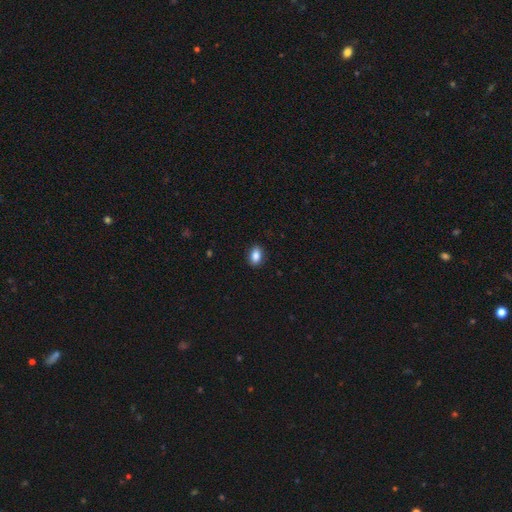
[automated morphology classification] A smooth galaxy with no disk features (88%) that is in between round and cigar-shaped (85%).

Vote fractions:
- Smooth or featured? smooth: 88% / star or artifact: 8% / featured or disk: 4%
- How rounded? in between: 85% / round: 13% / cigar-shaped: 2%
- Merging? none: 89% / minor disturbance: 8% / major disturbance: 2% / merger: 1%